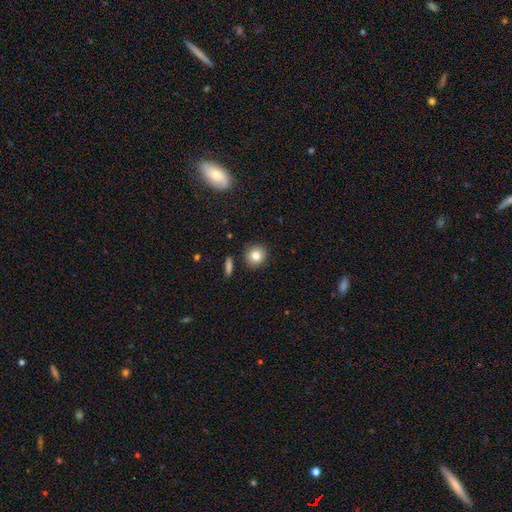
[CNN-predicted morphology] type=smooth (81%); roundness=round (91%); merging=none (89%).